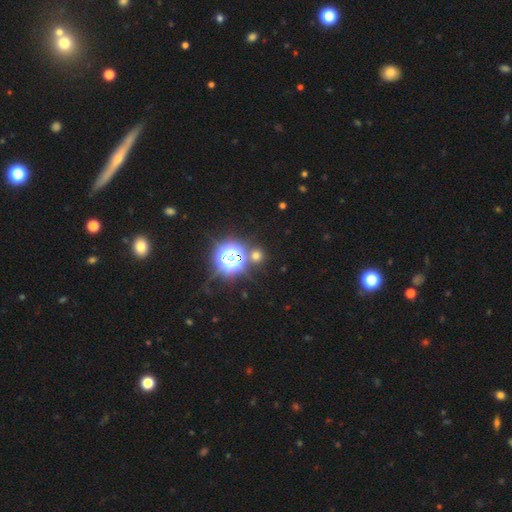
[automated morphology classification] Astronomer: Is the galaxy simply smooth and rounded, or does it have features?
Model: smooth — 51% (runner-up: star or artifact, 42%).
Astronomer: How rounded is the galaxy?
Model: round — 90%.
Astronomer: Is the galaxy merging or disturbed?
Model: none — 79%.